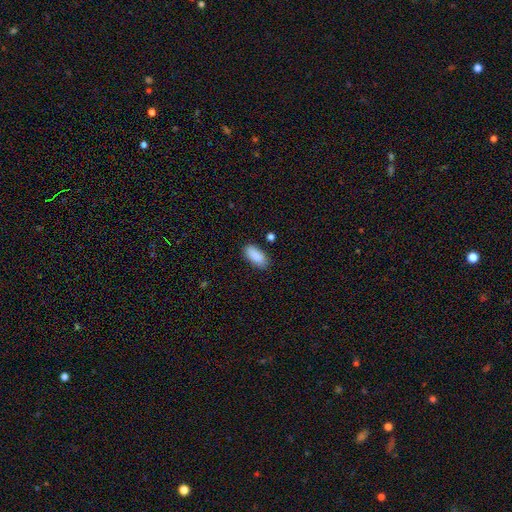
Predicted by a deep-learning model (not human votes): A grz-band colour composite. It shows a smooth galaxy with no disk features (89%) that is in between round and cigar-shaped (89%). Merging: none (83%).